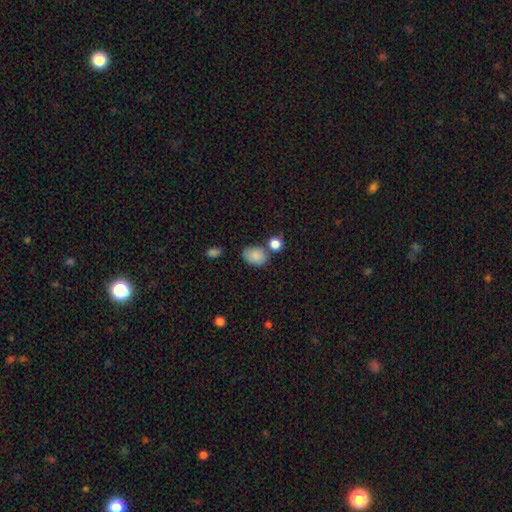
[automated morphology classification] smooth 84%, star or artifact 9%, featured or disk 7%. Down the decision tree: how rounded — in between (72%); merging — none (57%).